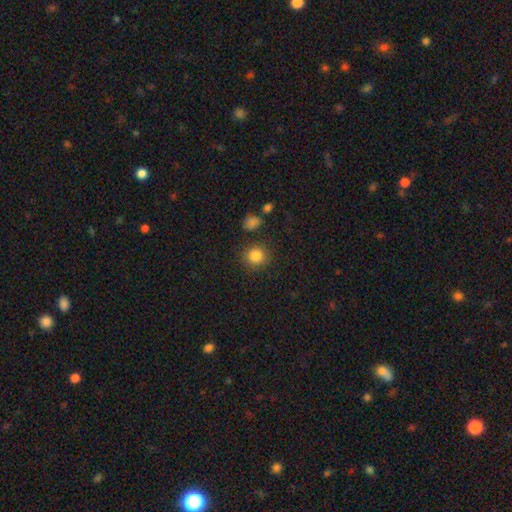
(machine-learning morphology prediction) A smooth galaxy with no disk features (85%) that is round (86%). Merging: none (85%).